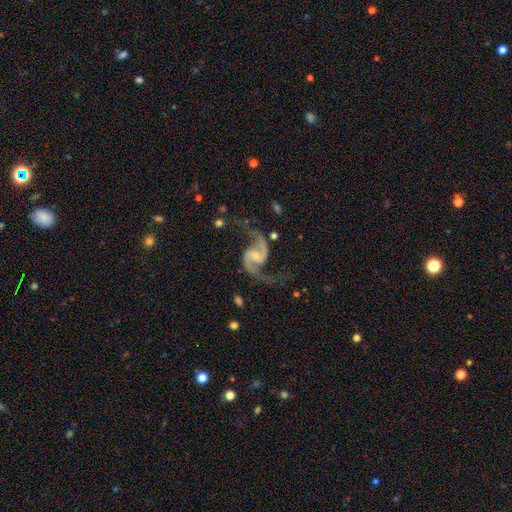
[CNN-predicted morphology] Smooth or featured? featured or disk (93%)
Edge-on disk? no (98%)
Bar? no (49%)
Spiral arms? yes (98%)
Spiral winding? loose (63%)
Spiral arm count? 2 (95%)
Bulge size? small (60%)
Merging? none (71%)